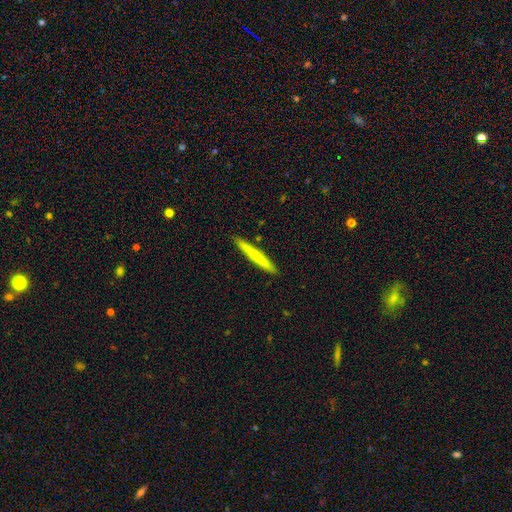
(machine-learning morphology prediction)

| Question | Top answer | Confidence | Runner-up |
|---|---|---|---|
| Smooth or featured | smooth | 69% | featured or disk (25%) |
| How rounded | cigar-shaped | 97% | in between (2%) |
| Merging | none | 91% | minor disturbance (7%) |